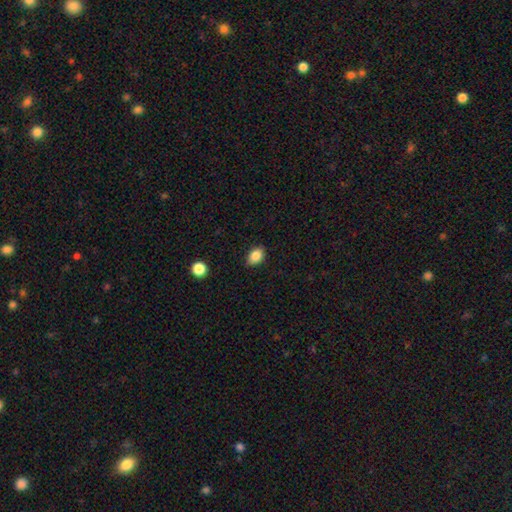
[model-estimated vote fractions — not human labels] smooth_or_featured: smooth (p=0.86) [alt: star or artifact p=0.09]
how_rounded: in between (p=0.79) [alt: round p=0.20]
merging: none (p=0.85) [alt: minor disturbance p=0.12]